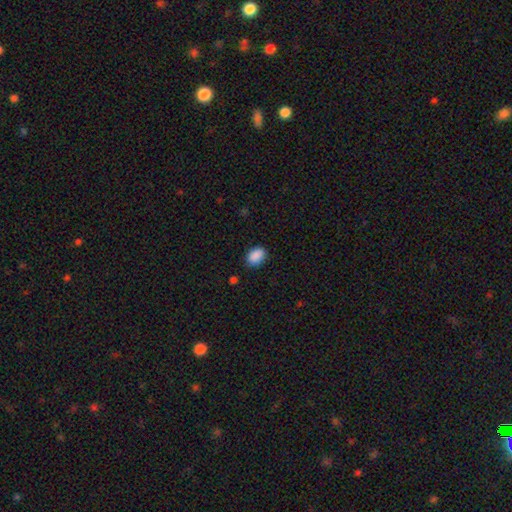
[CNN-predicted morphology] Overall: smooth (89%). How rounded: in between (83%). Merging: none (84%).